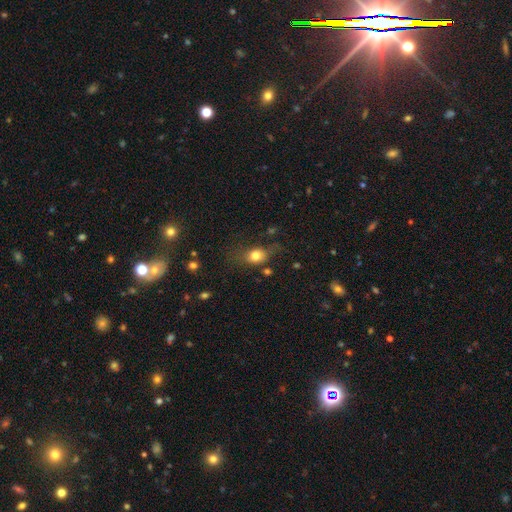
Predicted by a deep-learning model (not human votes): Overall: smooth (78%). How rounded: in between (50%; round 47%). Merging: none (59%; minor disturbance 24%).